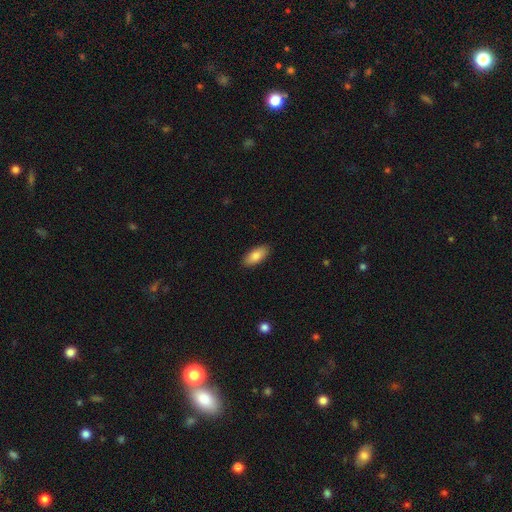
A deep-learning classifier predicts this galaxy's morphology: Smooth or featured?
  - smooth: 82% *
  - featured or disk: 11%
  - star or artifact: 6%
How rounded?
  - in between: 87% *
  - cigar-shaped: 11%
  - round: 2%
Merging?
  - none: 89% *
  - minor disturbance: 8%
  - major disturbance: 2%
  - merger: 1%